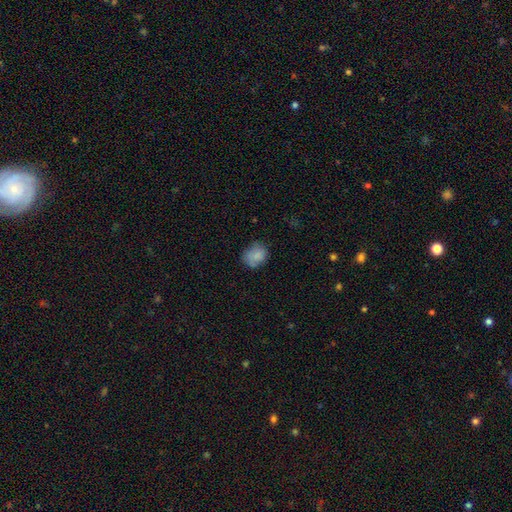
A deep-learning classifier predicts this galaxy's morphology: A smooth galaxy with no disk features (81%) that is round (61%). Merging: none (63%).